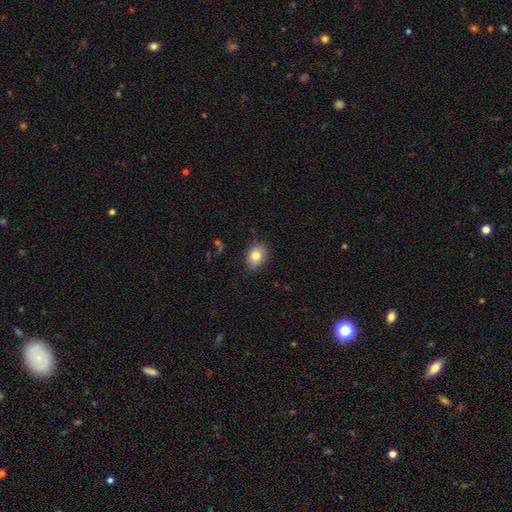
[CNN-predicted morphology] Q: Smooth or featured?
A: smooth (84%); runner-up: star or artifact (8%)
Q: How rounded?
A: in between (73%); runner-up: round (26%)
Q: Merging?
A: none (85%); runner-up: minor disturbance (12%)